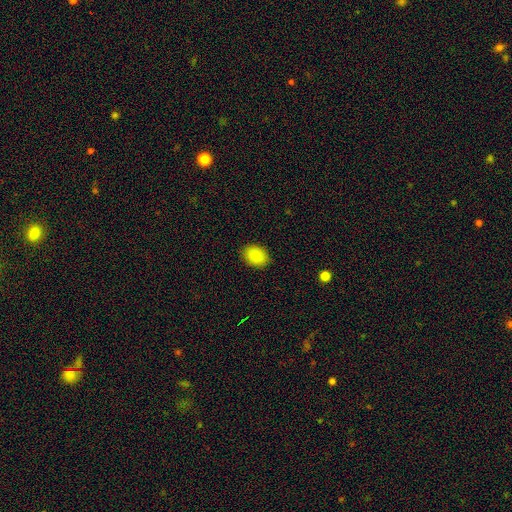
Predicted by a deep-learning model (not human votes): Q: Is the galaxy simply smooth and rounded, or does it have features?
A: smooth — 88%.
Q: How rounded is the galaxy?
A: in between — 66%.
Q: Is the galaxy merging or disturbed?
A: none — 88%.